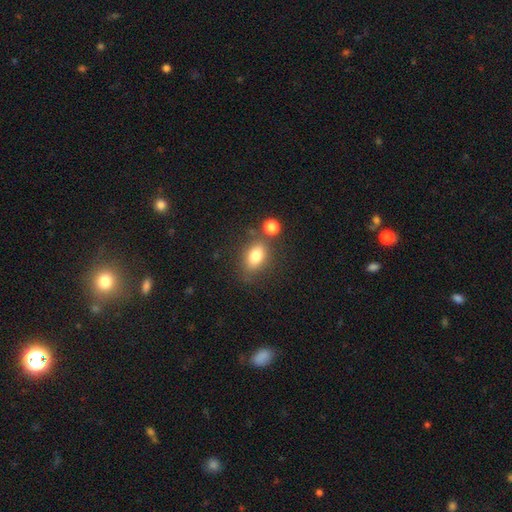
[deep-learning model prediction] smooth-or-featured: smooth: 78% | featured or disk: 12% | star or artifact: 10%
  how-rounded: in between: 79% | round: 17% | cigar-shaped: 4%
  merging: none: 68% | minor disturbance: 14% | merger: 13% | major disturbance: 5%